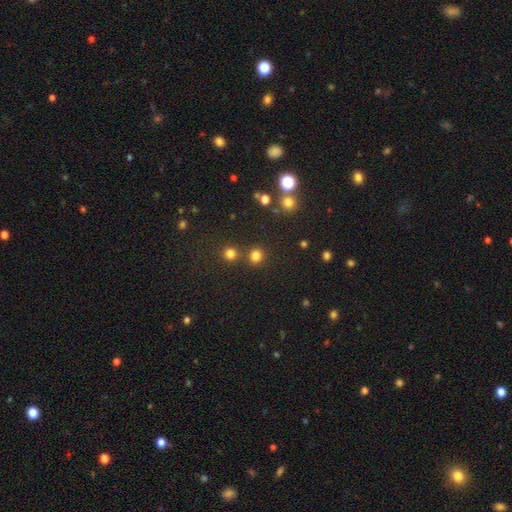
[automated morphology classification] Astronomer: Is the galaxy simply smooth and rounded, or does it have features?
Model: smooth — 78%.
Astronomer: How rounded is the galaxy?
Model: round — 87%.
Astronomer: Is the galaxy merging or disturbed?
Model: none — 79%.